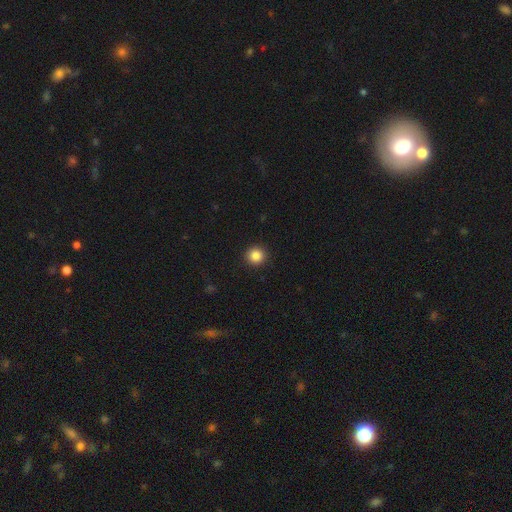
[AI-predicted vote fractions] Smooth or featured?
  - smooth: 86% *
  - star or artifact: 10%
  - featured or disk: 4%
How rounded?
  - round: 94% *
  - in between: 5%
  - cigar-shaped: 1%
Merging?
  - none: 93% *
  - minor disturbance: 5%
  - major disturbance: 2%
  - merger: 1%